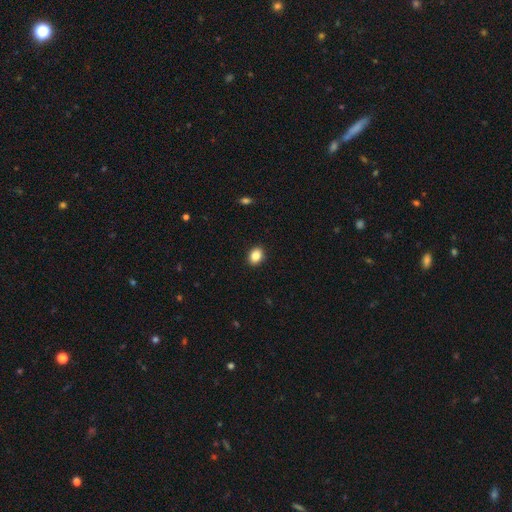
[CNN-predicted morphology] Q: Smooth or featured?
A: smooth (87%); runner-up: star or artifact (9%)
Q: How rounded?
A: in between (66%); runner-up: round (33%)
Q: Merging?
A: none (91%); runner-up: minor disturbance (6%)